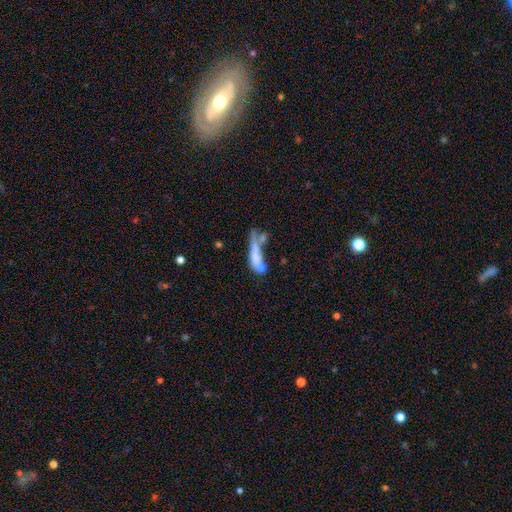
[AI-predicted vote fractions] This appears to be a smooth galaxy with no disk features (55%) that is cigar-shaped (63%). Merging: merger (37%).